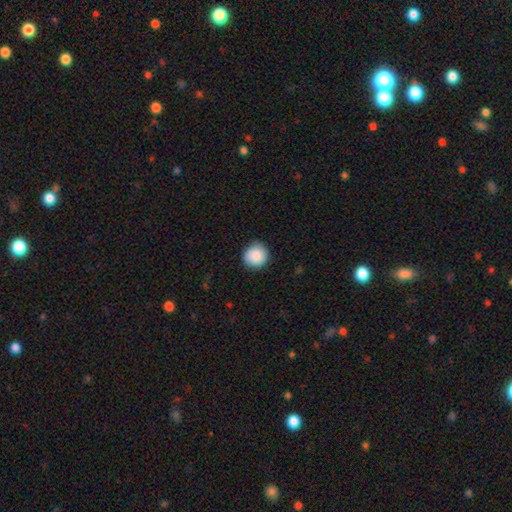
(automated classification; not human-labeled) Q: Smooth or featured?
A: smooth (89%); runner-up: star or artifact (8%)
Q: How rounded?
A: round (93%); runner-up: in between (6%)
Q: Merging?
A: none (87%); runner-up: minor disturbance (10%)